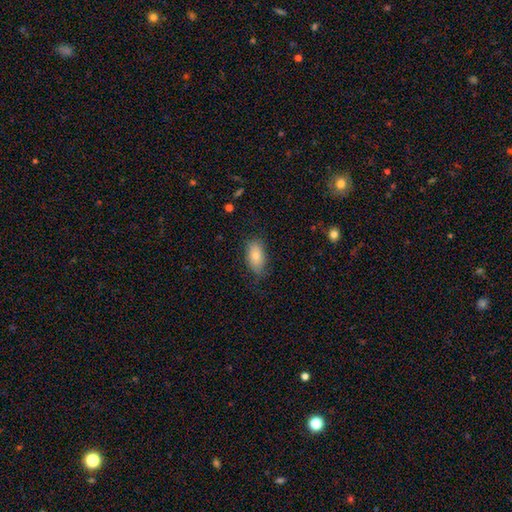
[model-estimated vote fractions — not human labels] The model was most divided on "merging": none: 74%, minor disturbance: 20%, major disturbance: 5%, merger: 1%. More confident: how rounded — in between (91%); smooth or featured — smooth (80%).